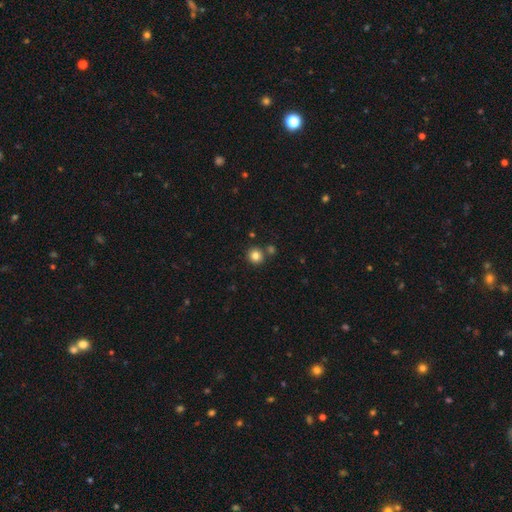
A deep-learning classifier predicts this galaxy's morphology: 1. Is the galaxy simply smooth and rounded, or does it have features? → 82% smooth, 12% star or artifact, 6% featured or disk.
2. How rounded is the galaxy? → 91% round, 8% in between, 1% cigar-shaped.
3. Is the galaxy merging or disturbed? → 80% none, 11% merger, 7% minor disturbance, 2% major disturbance.